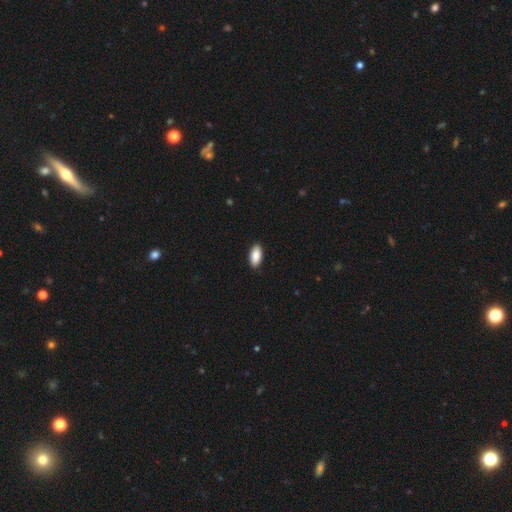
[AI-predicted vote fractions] A smooth galaxy with no disk features (89%) that is in between round and cigar-shaped (92%). Merging: none (90%).